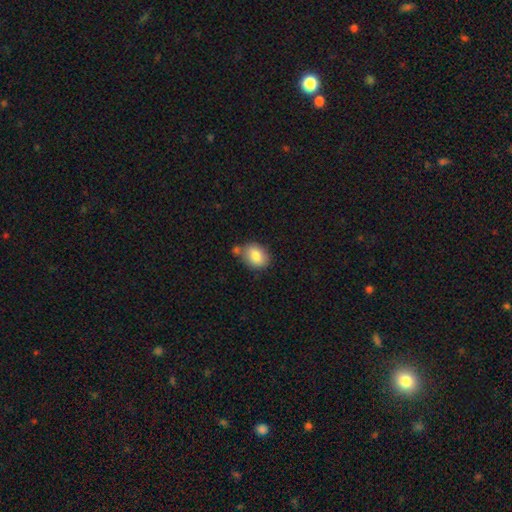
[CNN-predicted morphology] smooth_or_featured: smooth (p=0.84) [alt: featured or disk p=0.09]
how_rounded: in between (p=0.64) [alt: round p=0.35]
merging: none (p=0.63) [alt: minor disturbance p=0.17]